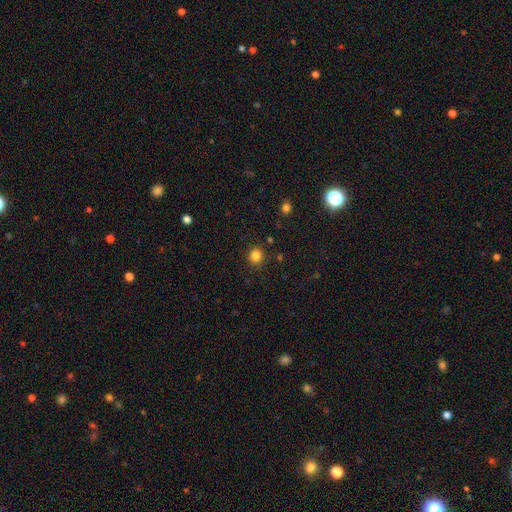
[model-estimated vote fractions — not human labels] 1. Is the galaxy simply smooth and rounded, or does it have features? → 84% smooth, 13% star or artifact, 4% featured or disk.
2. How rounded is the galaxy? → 87% round, 13% in between, 1% cigar-shaped.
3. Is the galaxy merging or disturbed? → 89% none, 7% minor disturbance, 2% major disturbance, 2% merger.